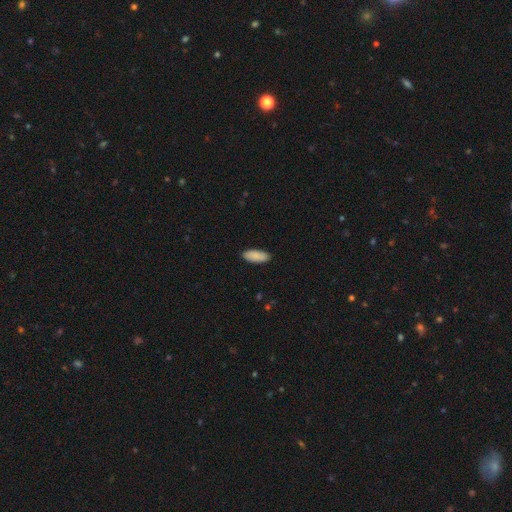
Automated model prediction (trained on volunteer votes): Q: Smooth or featured?
A: smooth (89%); runner-up: star or artifact (6%)
Q: How rounded?
A: in between (81%); runner-up: cigar-shaped (17%)
Q: Merging?
A: none (89%); runner-up: minor disturbance (8%)